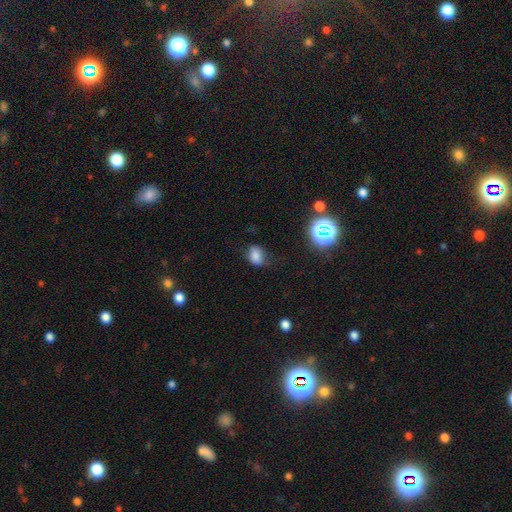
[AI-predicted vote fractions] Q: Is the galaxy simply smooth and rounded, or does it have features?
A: smooth — 77%.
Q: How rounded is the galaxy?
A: in between — 69%.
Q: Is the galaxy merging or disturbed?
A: none — 61%.